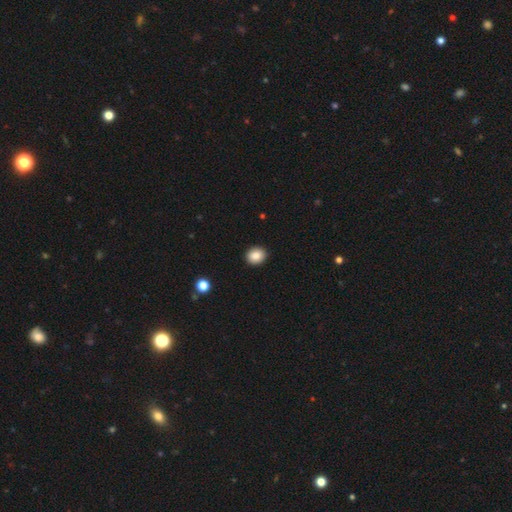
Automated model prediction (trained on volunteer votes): Morphology: type=smooth (87%); roundness=round (67%); merging=none (92%).